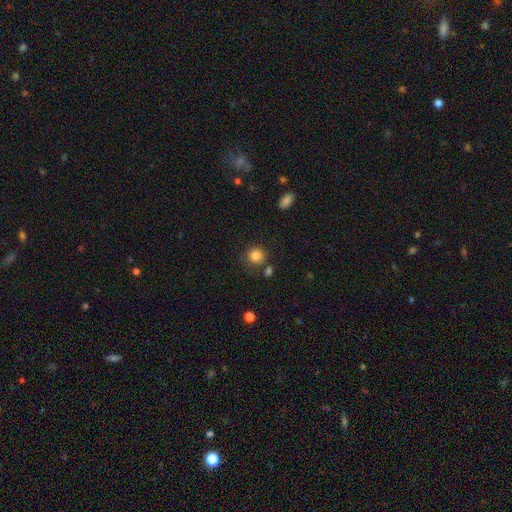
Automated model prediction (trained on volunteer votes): Q: Smooth or featured?
A: smooth (84%); runner-up: star or artifact (11%)
Q: How rounded?
A: round (90%); runner-up: in between (9%)
Q: Merging?
A: none (77%); runner-up: minor disturbance (11%)